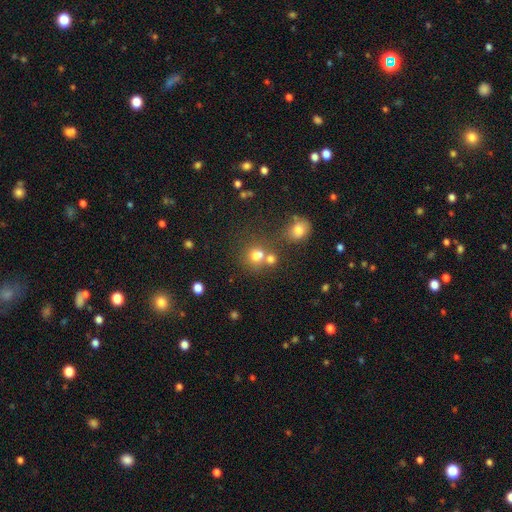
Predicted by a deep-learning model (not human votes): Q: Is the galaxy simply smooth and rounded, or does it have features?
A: smooth — 72%.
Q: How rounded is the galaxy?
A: round — 80%.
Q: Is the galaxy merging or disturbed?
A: none — 49%.